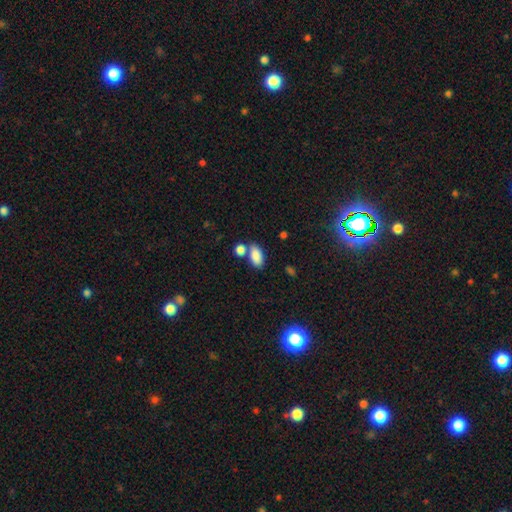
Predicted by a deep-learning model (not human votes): smooth_or_featured: smooth (p=0.86) [alt: star or artifact p=0.08]
how_rounded: in between (p=0.91) [alt: round p=0.05]
merging: none (p=0.57) [alt: merger p=0.27]